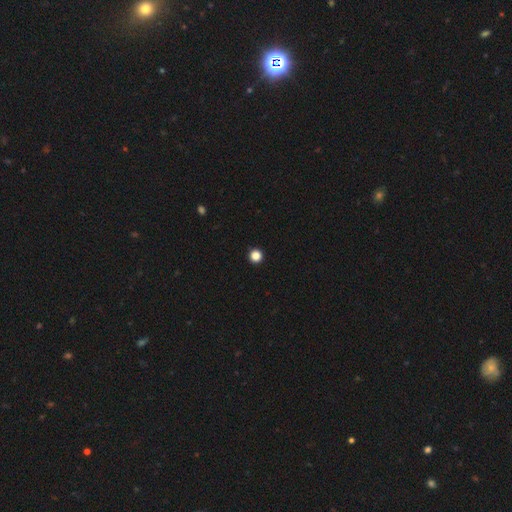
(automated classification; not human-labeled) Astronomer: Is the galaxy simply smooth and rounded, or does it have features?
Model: smooth — 85%.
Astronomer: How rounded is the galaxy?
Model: round — 97%.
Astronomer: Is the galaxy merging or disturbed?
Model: none — 95%.